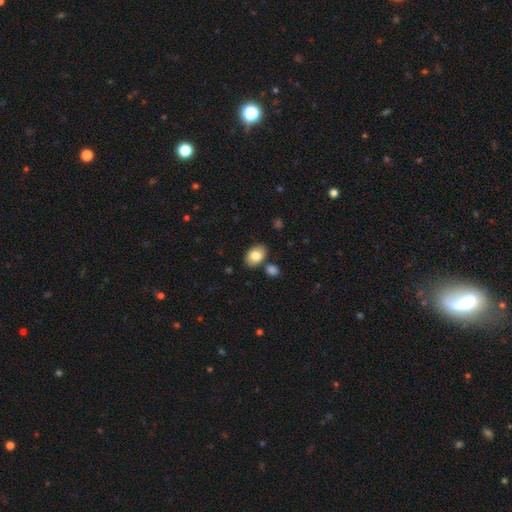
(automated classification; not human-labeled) Morphology: type=smooth (82%); roundness=in between (85%); merging=none (78%).